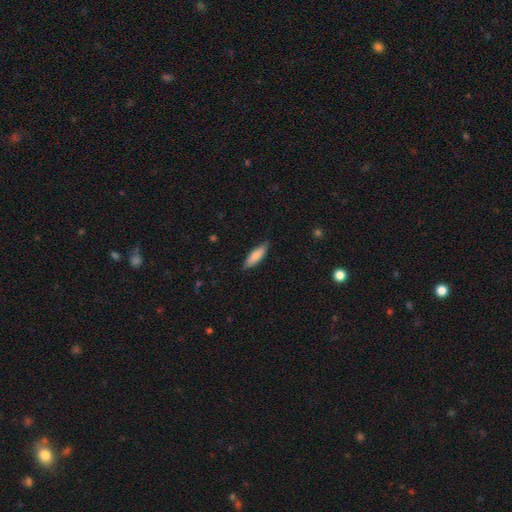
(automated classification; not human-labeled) Overall: smooth (82%). How rounded: cigar-shaped (54%; in between 45%). Merging: none (85%).